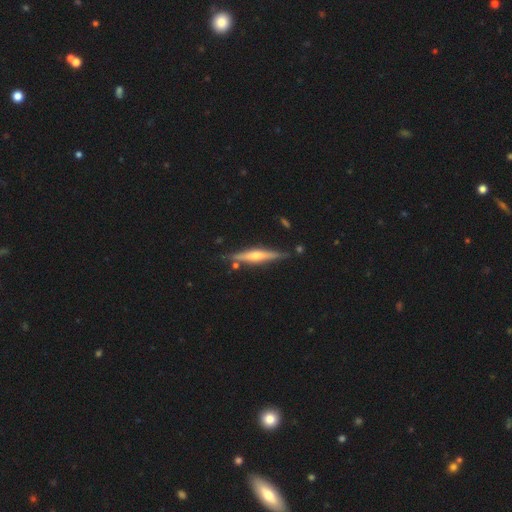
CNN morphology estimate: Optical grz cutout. It shows a featured or disk galaxy (74%) viewed edge-on (97%) with a rounded central bulge (83%). Merging: none (83%).